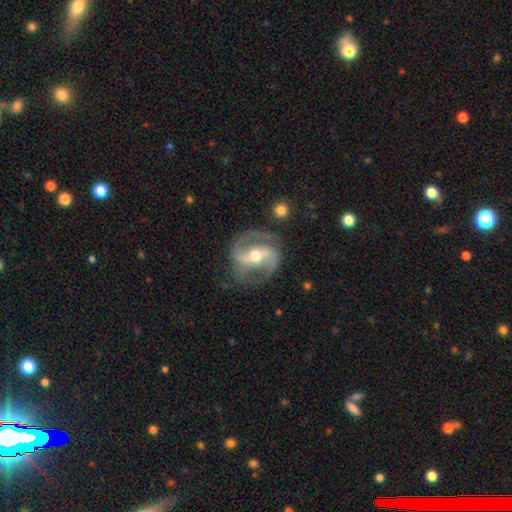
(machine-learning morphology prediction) Overall: featured or disk (89%). Edge-on disk: no (97%). Bar: strong (45%; weak 35%). Spiral arms: yes (96%). Spiral arm count: 2 (92%). Spiral winding: medium (58%; loose 22%). Bulge size: moderate (74%). Merging: none (75%).